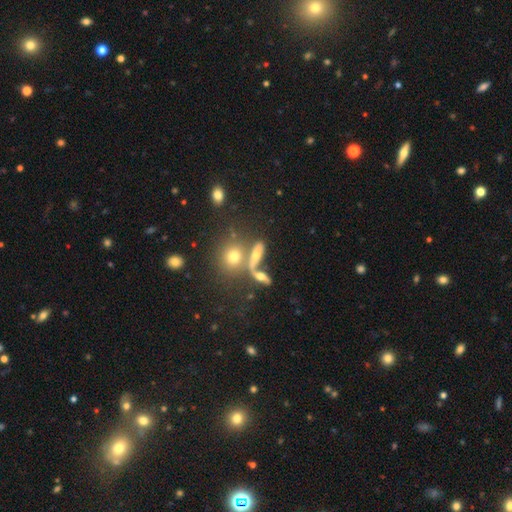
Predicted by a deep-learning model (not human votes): Overall: smooth (55%; featured or disk 31%). How rounded: in between (50%; cigar-shaped 27%). Merging: none (45%; merger 36%).